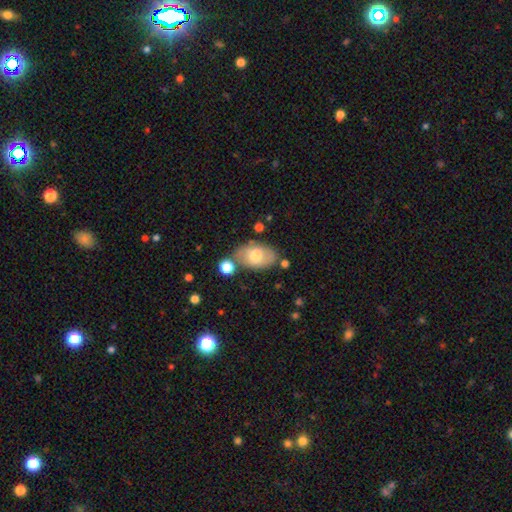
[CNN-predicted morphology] smooth_or_featured: smooth (p=0.65) [alt: featured or disk p=0.28]
how_rounded: in between (p=0.91) [alt: round p=0.07]
merging: none (p=0.69) [alt: minor disturbance p=0.17]